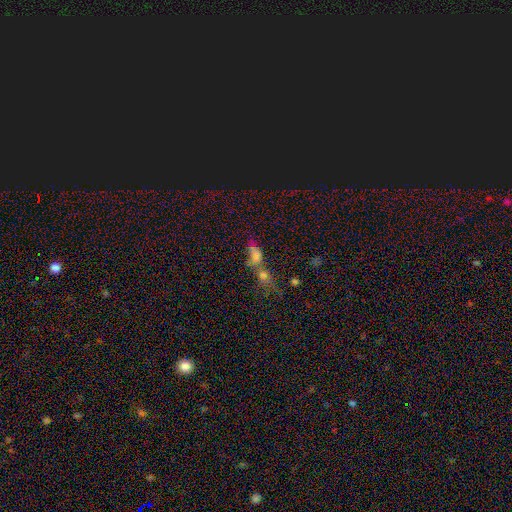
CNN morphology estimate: This appears to be a smooth galaxy with no disk features (55%) that is in between round and cigar-shaped (55%). Merging: merger (56%).